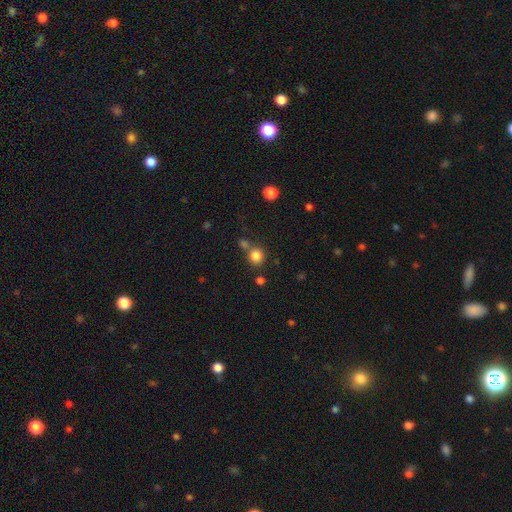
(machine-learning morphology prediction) This appears to be a smooth galaxy with no disk features (82%) that is round (88%). Merging: none (68%).